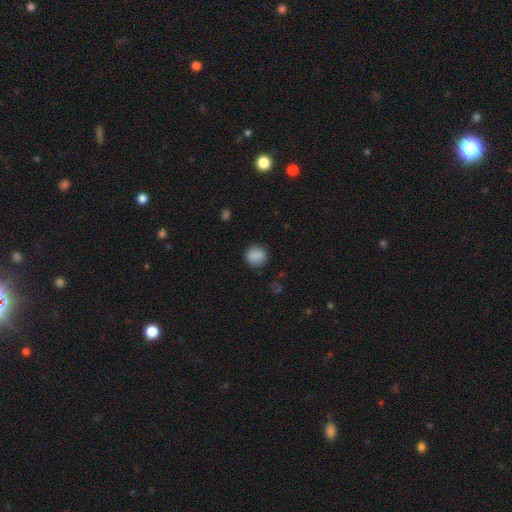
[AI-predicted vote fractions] Smooth or featured? Predicted: smooth (p=0.86). How rounded? Predicted: round (p=0.75). Merging? Predicted: none (p=0.85).